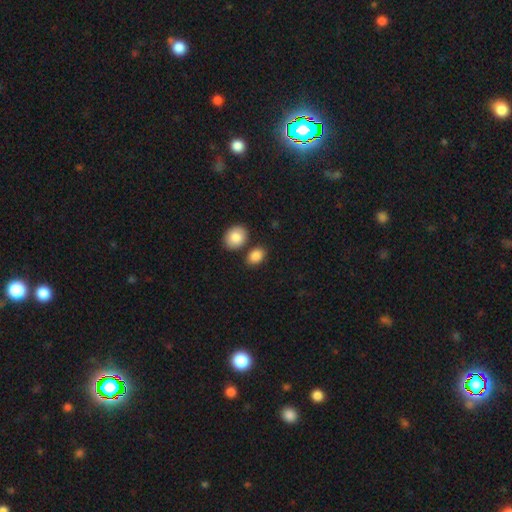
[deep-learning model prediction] smooth_or_featured: smooth (p=0.87) [alt: star or artifact p=0.08]
how_rounded: in between (p=0.74) [alt: round p=0.24]
merging: none (p=0.72) [alt: merger p=0.13]